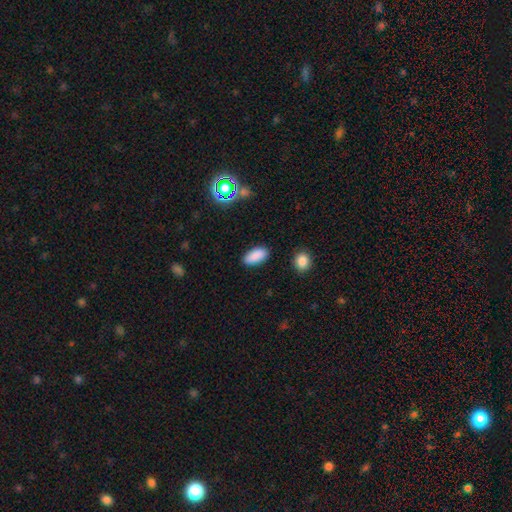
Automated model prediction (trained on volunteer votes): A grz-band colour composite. It shows a smooth galaxy with no disk features (87%) that is in between round and cigar-shaped (91%). Merging: none (88%).